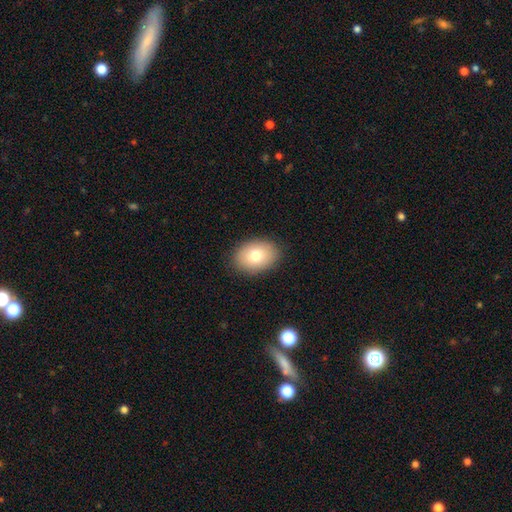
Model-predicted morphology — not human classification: The model was most divided on "how rounded": in between: 78%, round: 21%, cigar-shaped: 1%. More confident: merging — none (88%); smooth or featured — smooth (78%).